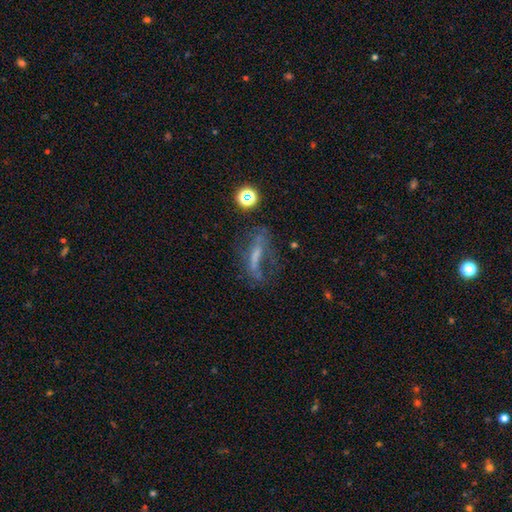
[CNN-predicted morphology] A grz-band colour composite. It shows a featured or disk galaxy (49%). Merging: none (46%).